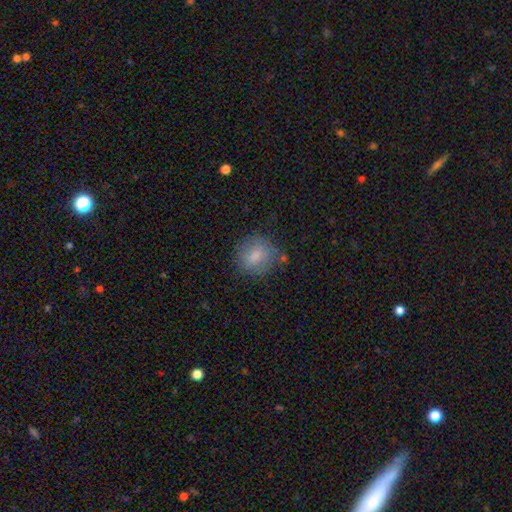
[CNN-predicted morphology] Q: Smooth or featured?
A: smooth (78%); runner-up: featured or disk (13%)
Q: How rounded?
A: round (76%); runner-up: in between (22%)
Q: Merging?
A: none (75%); runner-up: minor disturbance (17%)